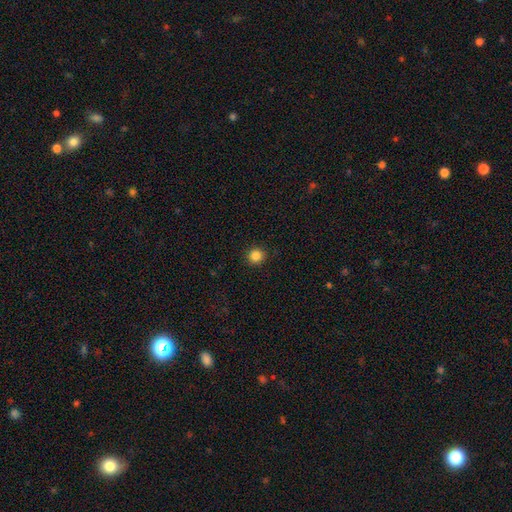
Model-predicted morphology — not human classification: This is clearly a smooth galaxy (85%). How rounded: clearly round (93%). Merging: clearly none (93%).